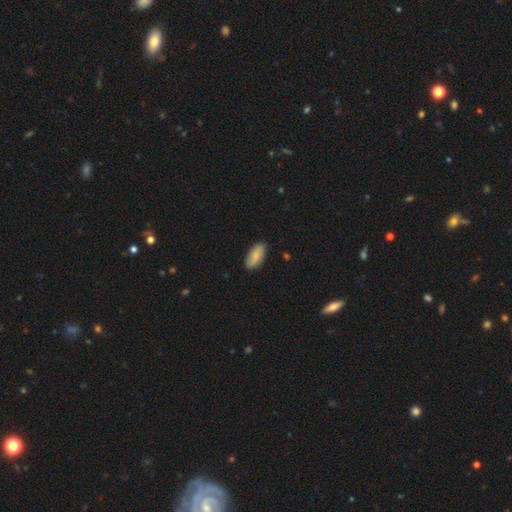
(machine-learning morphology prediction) smooth-or-featured: smooth: 83% | featured or disk: 11% | star or artifact: 6%
  how-rounded: in between: 87% | cigar-shaped: 10% | round: 2%
  merging: none: 87% | minor disturbance: 10% | major disturbance: 2% | merger: 1%